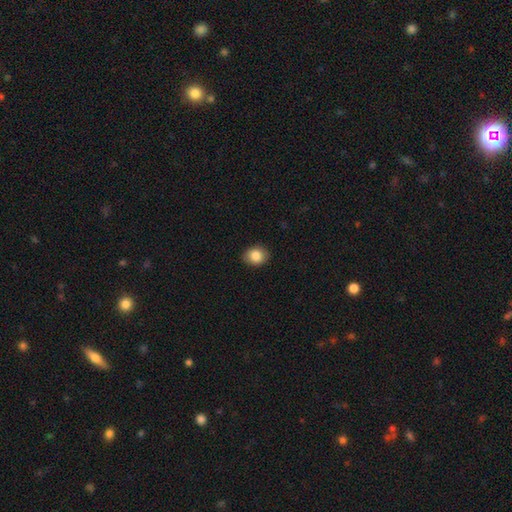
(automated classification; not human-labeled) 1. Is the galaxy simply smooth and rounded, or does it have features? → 86% smooth, 8% star or artifact, 6% featured or disk.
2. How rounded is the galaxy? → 53% round, 46% in between, 1% cigar-shaped.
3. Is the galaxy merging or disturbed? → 88% none, 9% minor disturbance, 2% major disturbance, 1% merger.